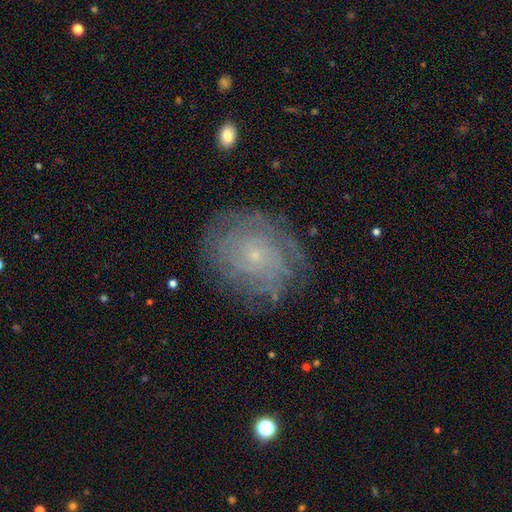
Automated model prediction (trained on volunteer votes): Smooth or featured? Predicted: featured or disk (p=0.75). Edge-on disk? Predicted: no (p=0.97). Bar? Predicted: no (p=0.82). Spiral arms? Predicted: yes (p=0.91). Spiral winding? Predicted: tight (p=0.78). Spiral arm count? Predicted: can't tell (p=0.48). Bulge size? Predicted: small (p=0.86). Merging? Predicted: none (p=0.78).